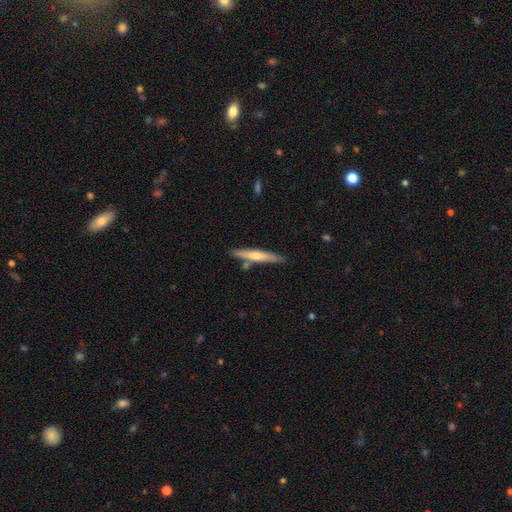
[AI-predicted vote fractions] This is possibly a smooth galaxy (53%). How rounded: clearly cigar-shaped (93%). Merging: clearly none (82%).